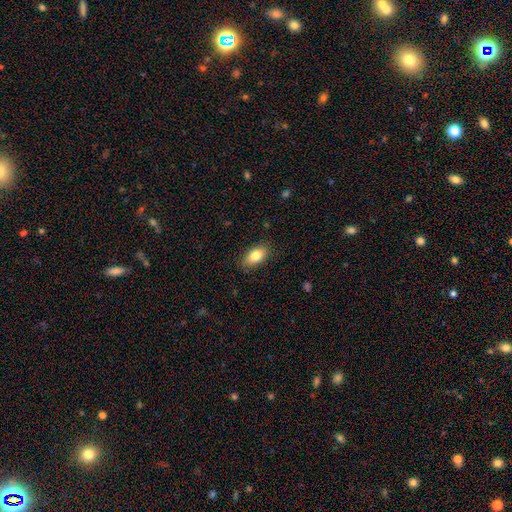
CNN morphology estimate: The model was most divided on "smooth or featured": smooth: 82%, featured or disk: 10%, star or artifact: 7%. More confident: how rounded — in between (89%); merging — none (87%).